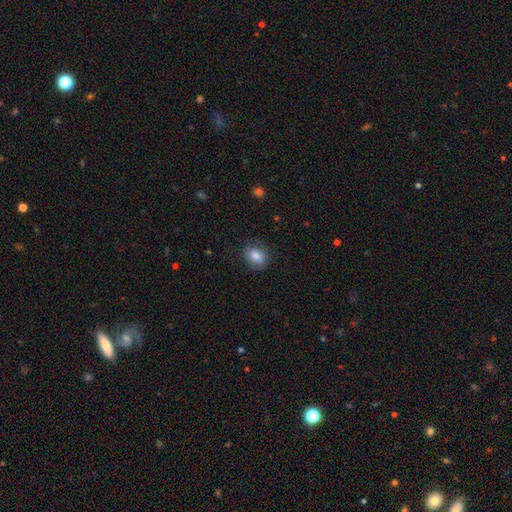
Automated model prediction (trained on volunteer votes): A smooth galaxy with no disk features (84%) that is in between round and cigar-shaped (61%).

Vote fractions:
- Smooth or featured? smooth: 84% / star or artifact: 8% / featured or disk: 8%
- How rounded? in between: 61% / round: 38% / cigar-shaped: 1%
- Merging? none: 82% / minor disturbance: 13% / major disturbance: 4% / merger: 1%